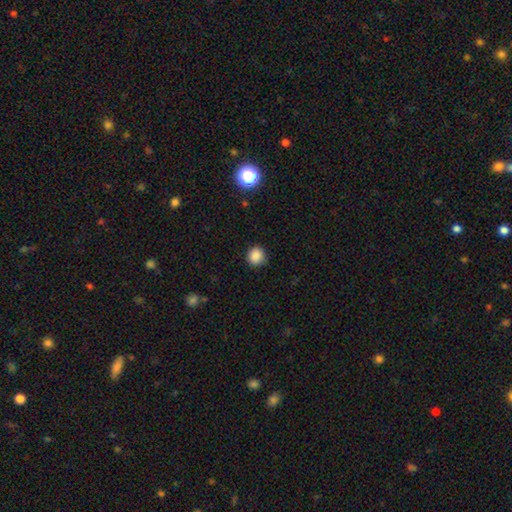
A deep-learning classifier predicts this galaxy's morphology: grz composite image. It shows a smooth galaxy with no disk features (86%) that is round (87%). Merging: none (88%).